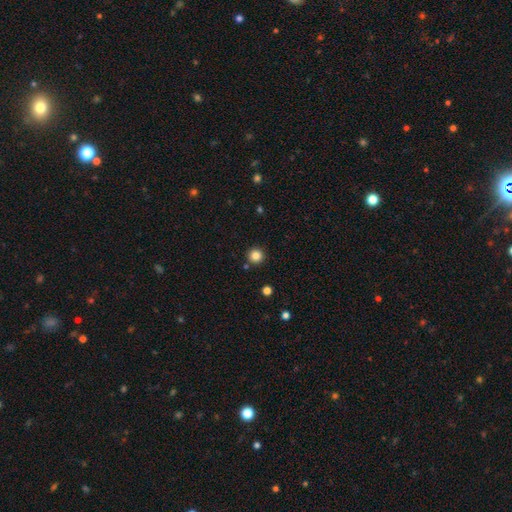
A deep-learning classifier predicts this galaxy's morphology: smooth-or-featured: smooth: 85% | star or artifact: 11% | featured or disk: 4%
  how-rounded: round: 96% | in between: 3% | cigar-shaped: 1%
  merging: none: 90% | minor disturbance: 6% | merger: 3% | major disturbance: 2%